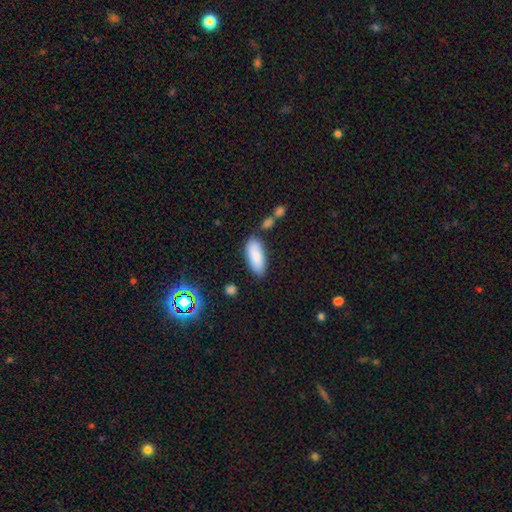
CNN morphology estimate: Q: Smooth or featured?
A: smooth (85%); runner-up: featured or disk (9%)
Q: How rounded?
A: in between (81%); runner-up: cigar-shaped (18%)
Q: Merging?
A: none (77%); runner-up: minor disturbance (14%)